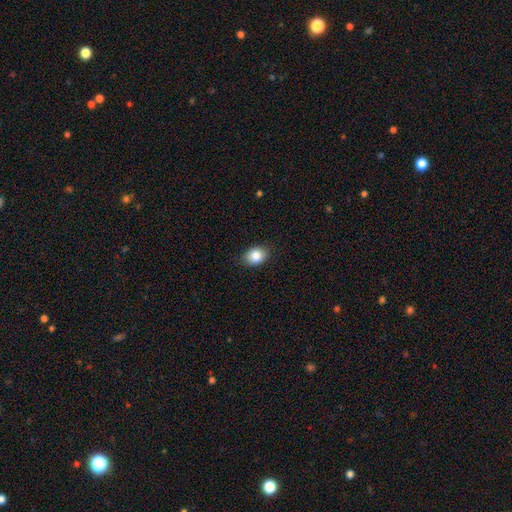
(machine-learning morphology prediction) A smooth galaxy with no disk features (85%) that is in between round and cigar-shaped (67%). Merging: none (86%).